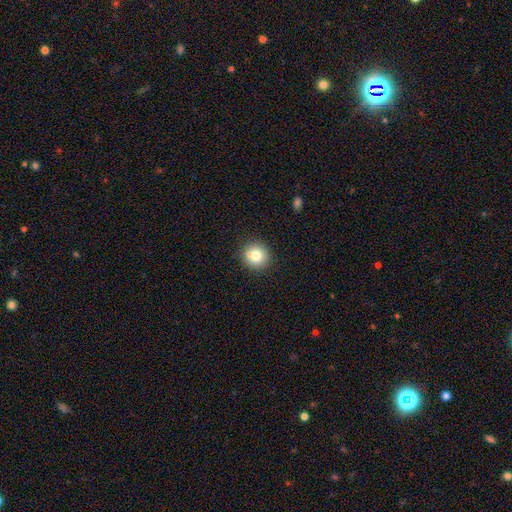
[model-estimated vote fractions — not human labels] A smooth galaxy with no disk features (78%) that is round (90%). Merging: none (79%).